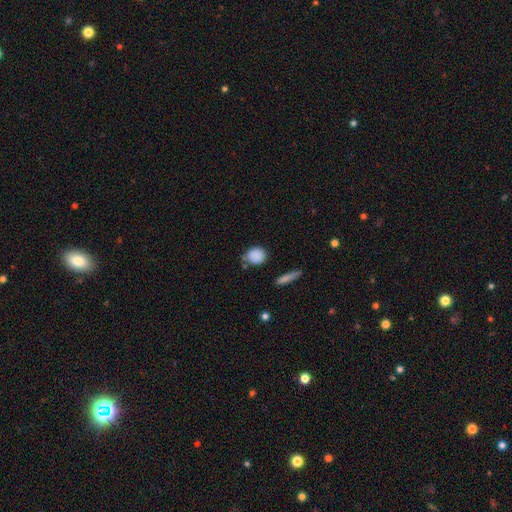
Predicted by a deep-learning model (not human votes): Q: Smooth or featured?
A: smooth (86%); runner-up: star or artifact (8%)
Q: How rounded?
A: round (76%); runner-up: in between (22%)
Q: Merging?
A: none (67%); runner-up: minor disturbance (22%)